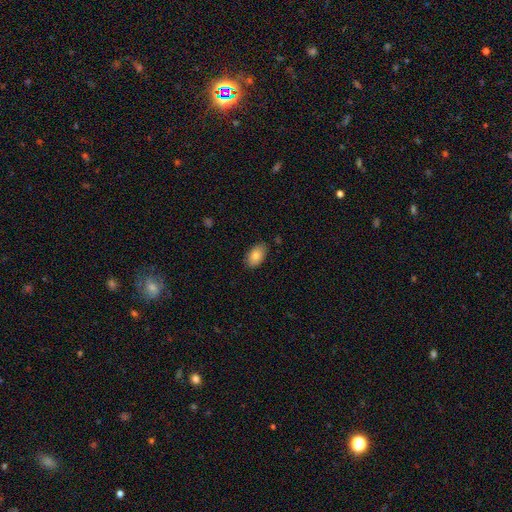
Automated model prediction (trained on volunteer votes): This is clearly a smooth galaxy (85%). How rounded: clearly in between (92%). Merging: clearly none (82%).